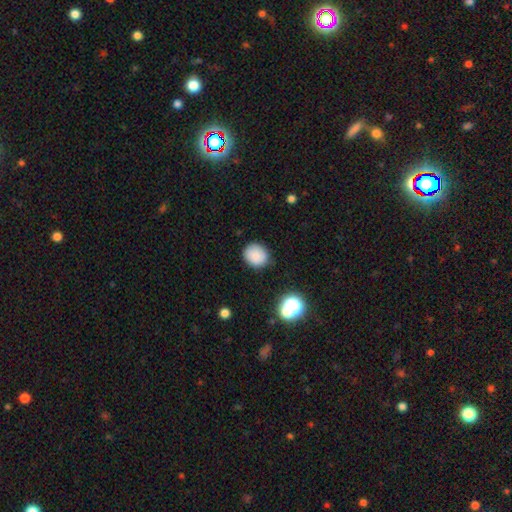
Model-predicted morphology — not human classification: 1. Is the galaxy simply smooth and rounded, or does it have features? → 84% smooth, 11% star or artifact, 5% featured or disk.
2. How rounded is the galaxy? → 80% round, 19% in between, 1% cigar-shaped.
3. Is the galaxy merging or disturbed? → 85% none, 11% minor disturbance, 3% major disturbance, 2% merger.